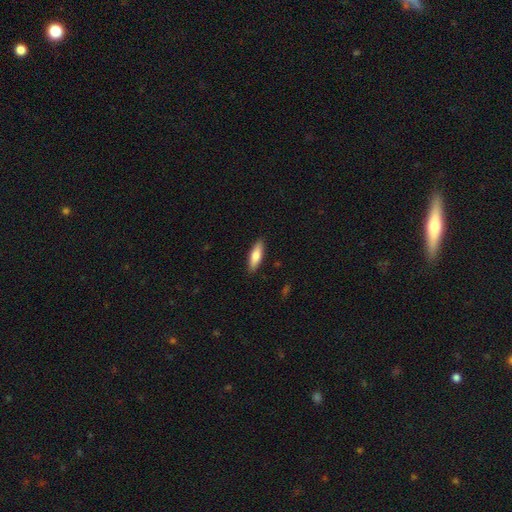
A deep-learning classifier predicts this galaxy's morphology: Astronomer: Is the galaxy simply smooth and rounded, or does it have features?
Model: smooth — 75%.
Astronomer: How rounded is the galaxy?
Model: cigar-shaped — 52% (runner-up: in between, 46%).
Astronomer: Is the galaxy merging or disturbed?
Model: none — 89%.